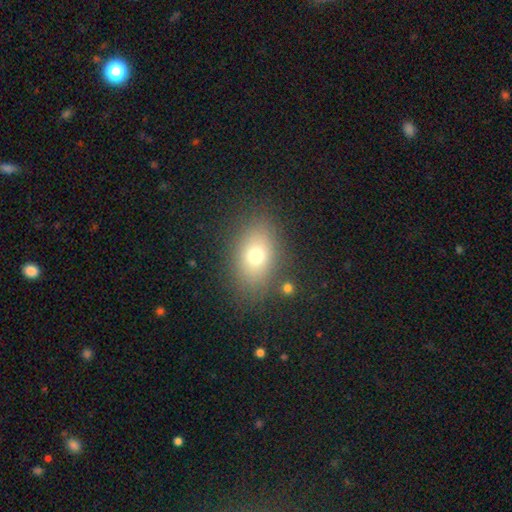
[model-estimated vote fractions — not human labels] This is likely a smooth galaxy (72%). How rounded: likely in between (77%). Merging: clearly none (81%).